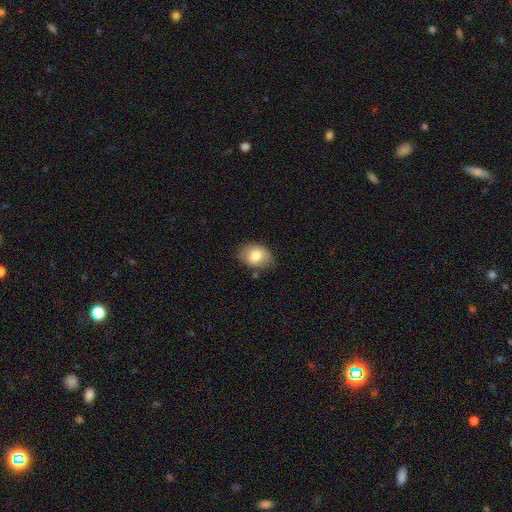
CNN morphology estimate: type=smooth (79%); roundness=in between (79%); merging=none (75%).